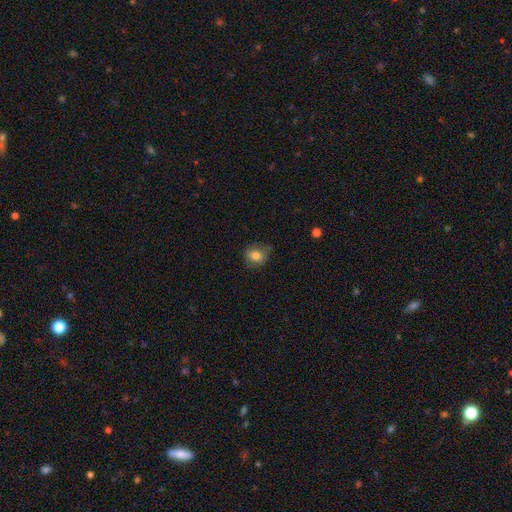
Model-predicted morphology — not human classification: Smooth or featured? smooth (78%)
How rounded? round (64%)
Merging? none (66%)